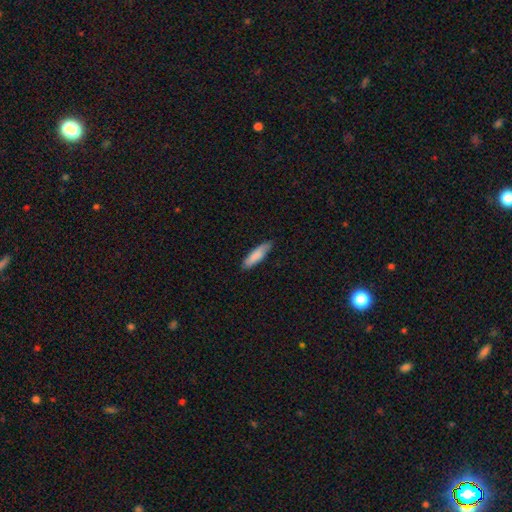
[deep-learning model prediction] Smooth or featured? Predicted: smooth (p=0.84). How rounded? Predicted: cigar-shaped (p=0.68). Merging? Predicted: none (p=0.84).